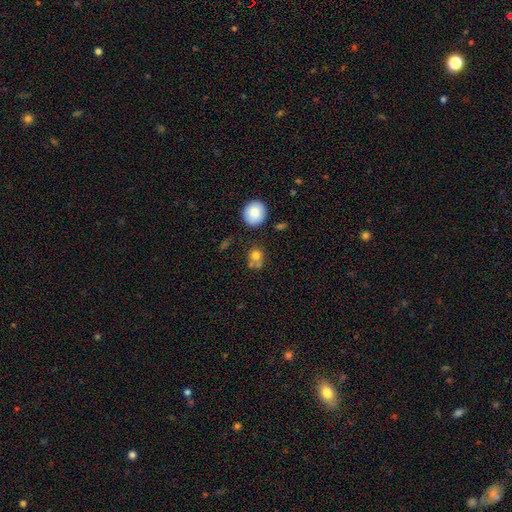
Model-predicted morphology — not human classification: Smooth or featured? smooth (74%)
How rounded? round (79%)
Merging? none (53%)